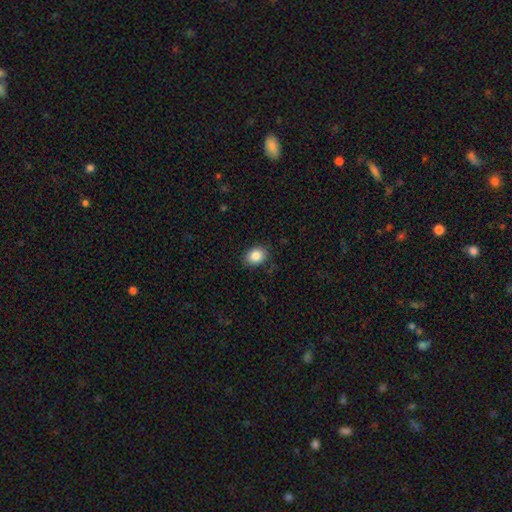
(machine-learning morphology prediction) smooth-or-featured: smooth: 85% | star or artifact: 9% | featured or disk: 6%
  how-rounded: in between: 60% | round: 39% | cigar-shaped: 1%
  merging: none: 85% | minor disturbance: 11% | major disturbance: 3% | merger: 1%